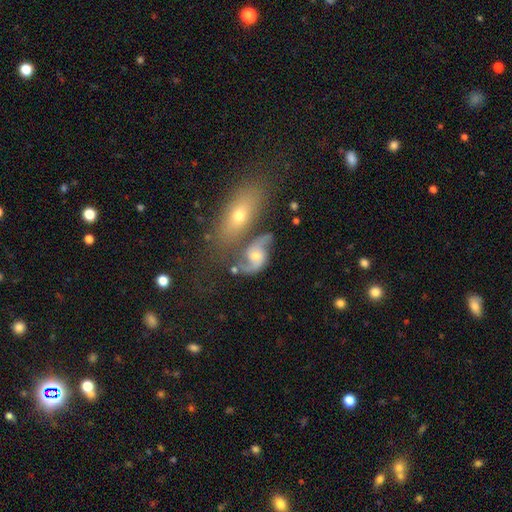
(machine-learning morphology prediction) featured or disk 76%, smooth 16%, star or artifact 8%. Down the decision tree: edge-on disk — no (96%); bar — no (63%); spiral arms — yes (91%); spiral arm count — 2 (88%); spiral winding — loose (54%); bulge size — moderate (55%); merging — none (38%).